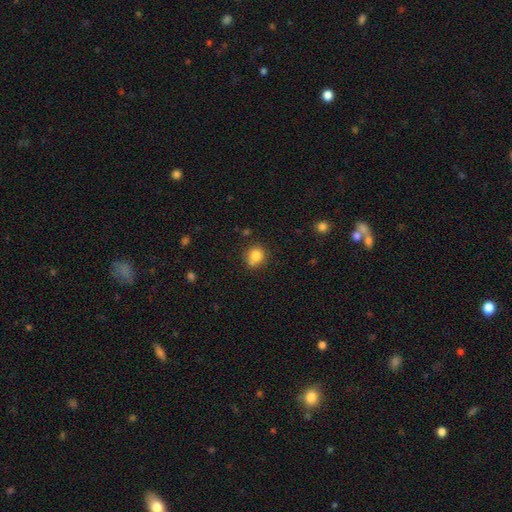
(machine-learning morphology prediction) Overall: smooth (82%). How rounded: round (77%). Merging: none (70%).